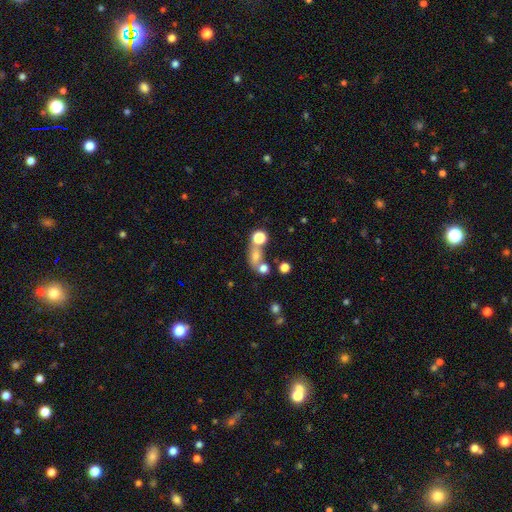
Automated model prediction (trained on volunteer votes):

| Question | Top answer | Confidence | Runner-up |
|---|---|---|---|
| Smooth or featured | smooth | 63% | star or artifact (19%) |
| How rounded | in between | 48% | round (47%) |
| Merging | merger | 41% | none (38%) |